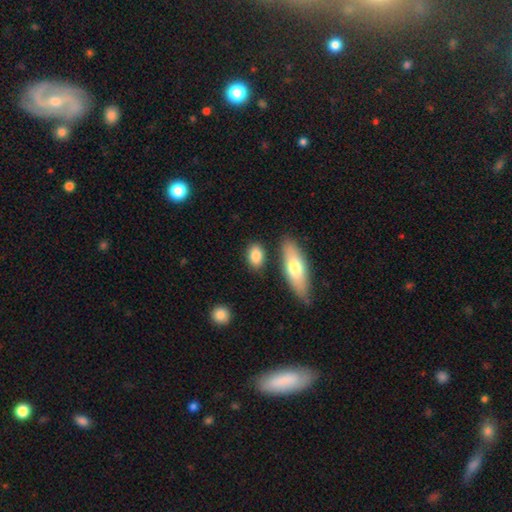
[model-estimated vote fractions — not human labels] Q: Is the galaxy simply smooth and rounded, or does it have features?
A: smooth — 85%.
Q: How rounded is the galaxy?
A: in between — 79%.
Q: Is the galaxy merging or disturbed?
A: none — 78%.